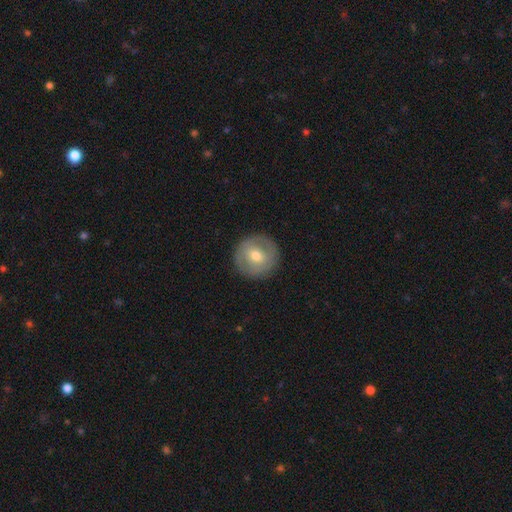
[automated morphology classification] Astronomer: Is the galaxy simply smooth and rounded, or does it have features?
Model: featured or disk — 47% (runner-up: smooth, 46%).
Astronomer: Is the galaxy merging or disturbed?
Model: none — 88%.